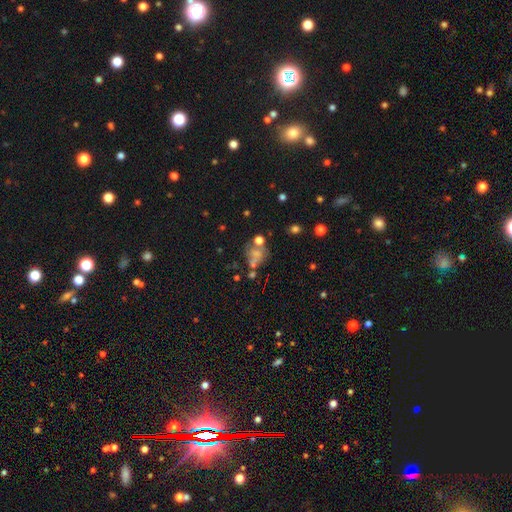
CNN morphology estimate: Q: Smooth or featured?
A: smooth (48%); runner-up: featured or disk (33%)
Q: Merging?
A: none (35%); runner-up: merger (28%)